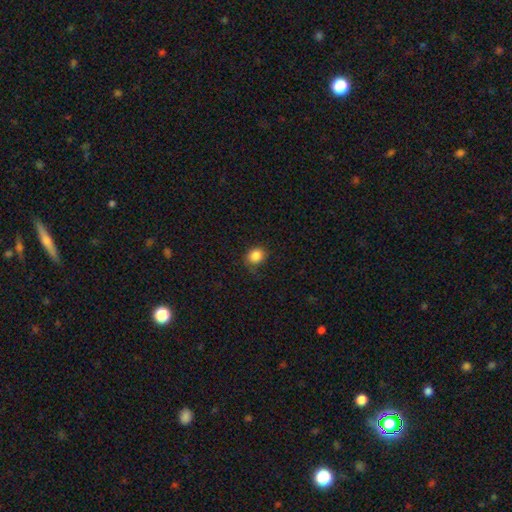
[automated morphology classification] Smooth or featured?
  - smooth: 85% *
  - star or artifact: 10%
  - featured or disk: 5%
How rounded?
  - round: 64% *
  - in between: 35%
  - cigar-shaped: 1%
Merging?
  - none: 71% *
  - minor disturbance: 21%
  - major disturbance: 7%
  - merger: 1%